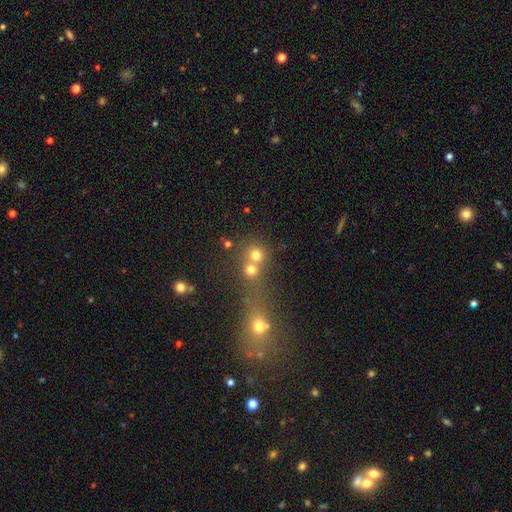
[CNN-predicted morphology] Overall: smooth (71%). How rounded: round (87%). Merging: none (45%, tied with merger).